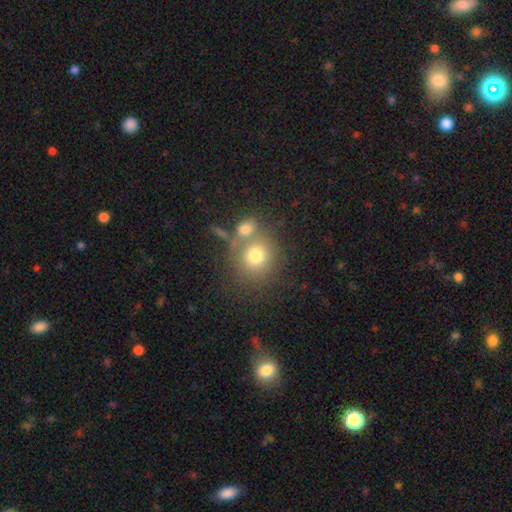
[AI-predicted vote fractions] Smooth or featured?
  - smooth: 74% *
  - featured or disk: 14%
  - star or artifact: 12%
How rounded?
  - round: 87% *
  - in between: 12%
  - cigar-shaped: 1%
Merging?
  - none: 56% *
  - merger: 27%
  - minor disturbance: 11%
  - major disturbance: 6%